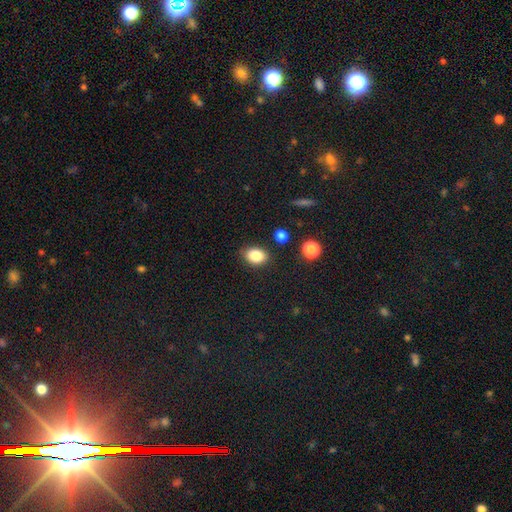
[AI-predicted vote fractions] This appears to be a smooth galaxy with no disk features (85%) that is in between round and cigar-shaped (72%). Merging: none (83%).